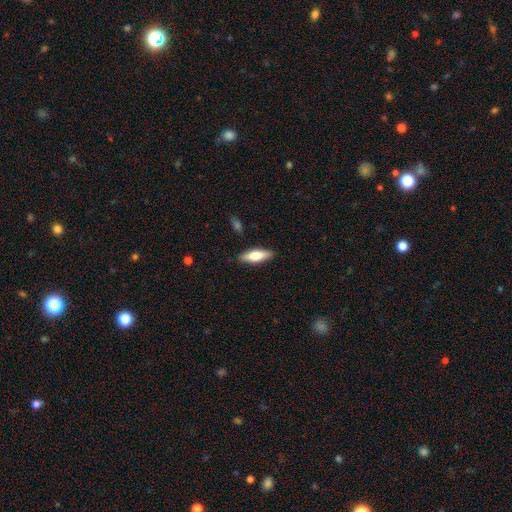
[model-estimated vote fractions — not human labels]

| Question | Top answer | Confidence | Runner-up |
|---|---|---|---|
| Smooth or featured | smooth | 73% | featured or disk (21%) |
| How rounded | in between | 62% | cigar-shaped (36%) |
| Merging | none | 86% | minor disturbance (10%) |